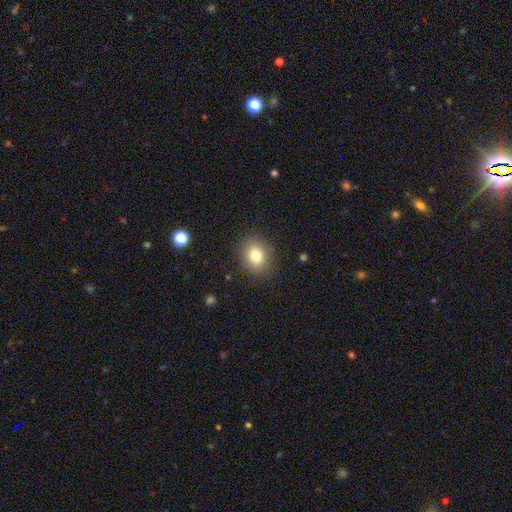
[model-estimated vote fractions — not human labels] Q: Smooth or featured?
A: smooth (81%); runner-up: star or artifact (10%)
Q: How rounded?
A: in between (50%); runner-up: round (49%)
Q: Merging?
A: none (86%); runner-up: minor disturbance (10%)